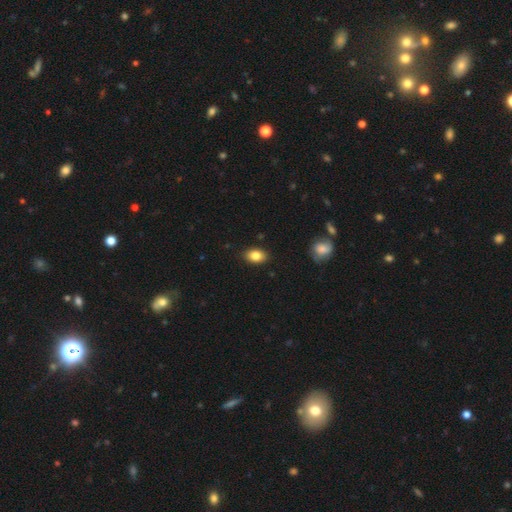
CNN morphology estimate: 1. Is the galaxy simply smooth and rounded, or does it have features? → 84% smooth, 8% star or artifact, 7% featured or disk.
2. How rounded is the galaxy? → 85% in between, 14% round, 1% cigar-shaped.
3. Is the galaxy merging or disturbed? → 88% none, 9% minor disturbance, 2% major disturbance, 1% merger.